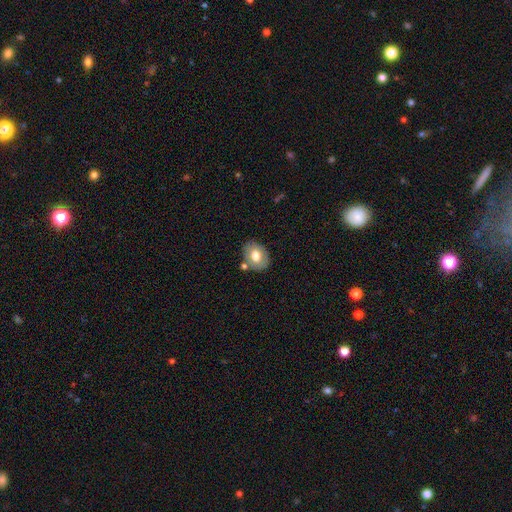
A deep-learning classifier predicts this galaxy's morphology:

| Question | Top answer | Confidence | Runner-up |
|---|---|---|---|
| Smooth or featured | smooth | 68% | featured or disk (24%) |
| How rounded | in between | 64% | round (35%) |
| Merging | none | 72% | minor disturbance (15%) |